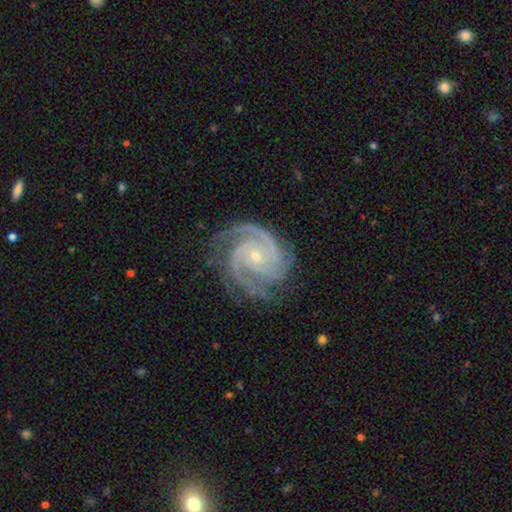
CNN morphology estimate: The model was most divided on "spiral arm count": 3: 46%, 2: 28%, 4: 10%, can't tell: 6%, more than 4: 5%, 1: 5%. More confident: spiral arms — yes (99%); edge-on disk — no (98%); smooth or featured — featured or disk (94%); bulge size — small (79%); merging — none (75%); spiral winding — tight (67%); bar — no (66%).